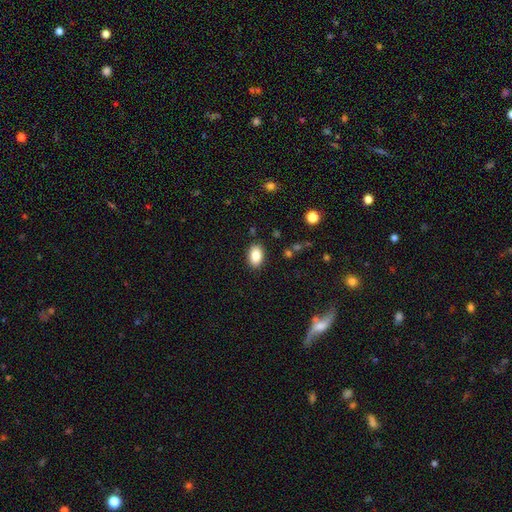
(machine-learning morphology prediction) A smooth galaxy with no disk features (85%) that is in between round and cigar-shaped (88%).

Vote fractions:
- Smooth or featured? smooth: 85% / star or artifact: 8% / featured or disk: 7%
- How rounded? in between: 88% / round: 11% / cigar-shaped: 1%
- Merging? none: 87% / minor disturbance: 9% / major disturbance: 2% / merger: 1%